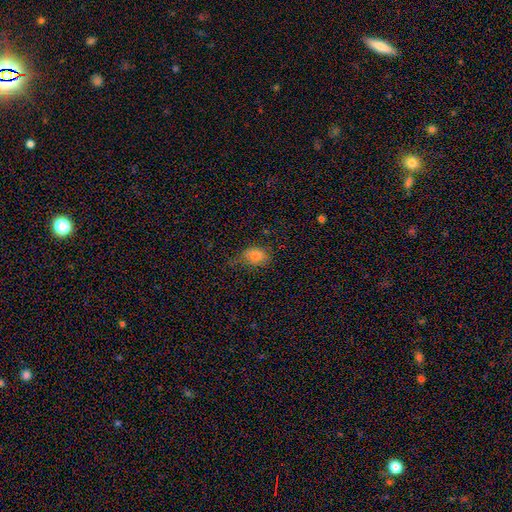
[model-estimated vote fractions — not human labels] Smooth or featured? smooth (79%)
How rounded? in between (70%)
Merging? none (51%)